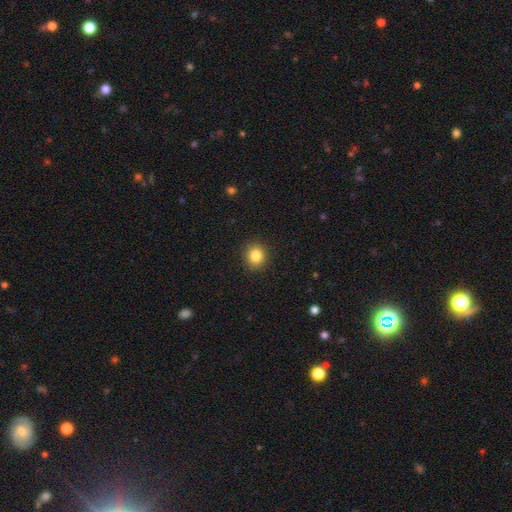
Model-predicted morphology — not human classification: Smooth or featured: smooth — 85% (star or artifact — 10%)
How rounded: round — 83% (in between — 16%)
Merging: none — 90% (minor disturbance — 7%)